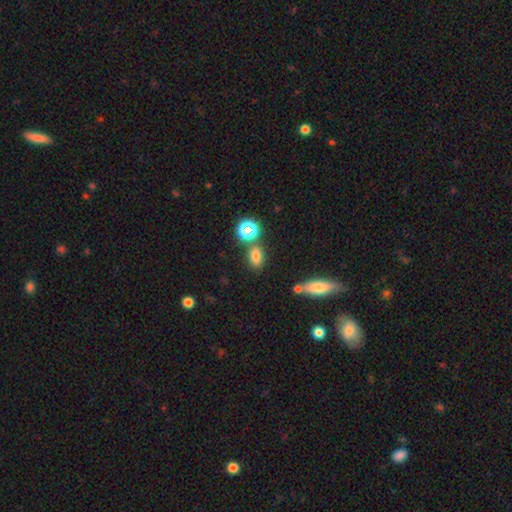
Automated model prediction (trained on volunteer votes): smooth 74%, star or artifact 18%, featured or disk 8%. Down the decision tree: how rounded — in between (78%); merging — none (72%).